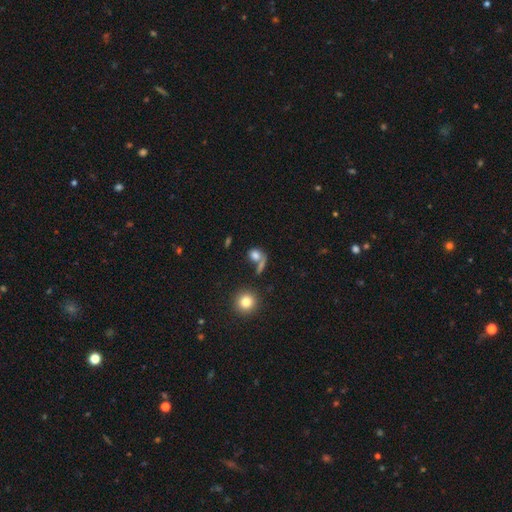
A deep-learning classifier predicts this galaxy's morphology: Smooth or featured? smooth (75%)
How rounded? round (55%)
Merging? none (46%)